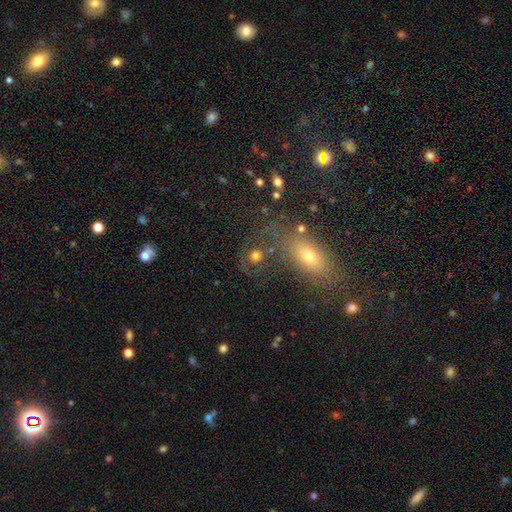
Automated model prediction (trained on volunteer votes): Smooth or featured: smooth — 62% (featured or disk — 23%)
How rounded: round — 76% (in between — 22%)
Merging: none — 58% (merger — 16%)